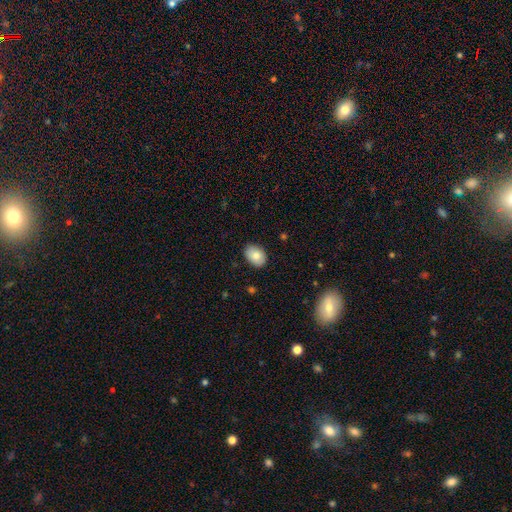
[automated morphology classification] This is clearly a smooth galaxy (84%). How rounded: likely in between (79%). Merging: clearly none (87%).